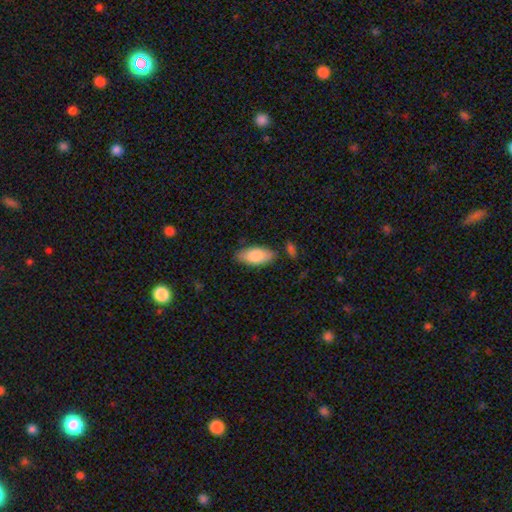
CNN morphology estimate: Smooth or featured? smooth (83%)
How rounded? in between (89%)
Merging? none (80%)